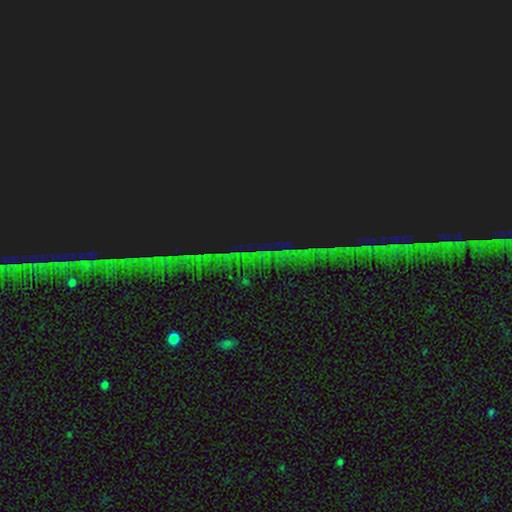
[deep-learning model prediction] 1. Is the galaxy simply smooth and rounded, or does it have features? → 86% star or artifact, 7% smooth, 7% featured or disk.